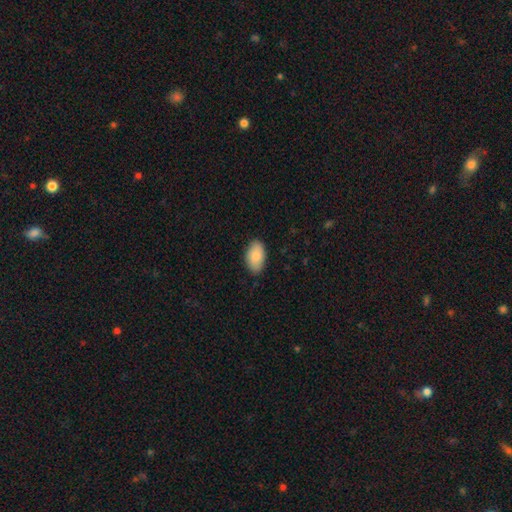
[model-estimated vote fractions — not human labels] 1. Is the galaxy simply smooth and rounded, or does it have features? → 88% smooth, 6% featured or disk, 6% star or artifact.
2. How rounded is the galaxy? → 95% in between, 4% round, 2% cigar-shaped.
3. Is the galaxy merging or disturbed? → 85% none, 12% minor disturbance, 2% major disturbance, 1% merger.